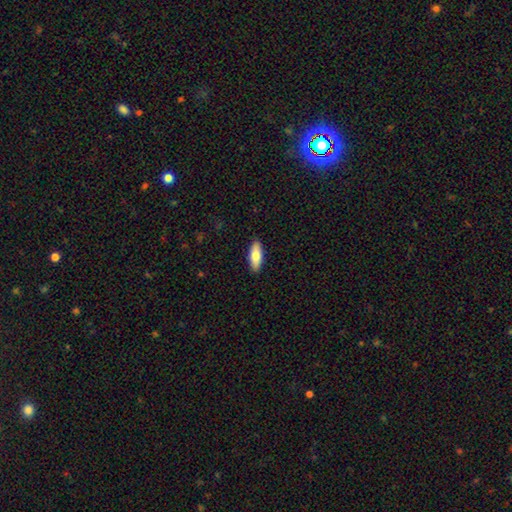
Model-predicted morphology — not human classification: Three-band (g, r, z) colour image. It shows a smooth galaxy with no disk features (76%) that is in between round and cigar-shaped (71%). Merging: none (90%).